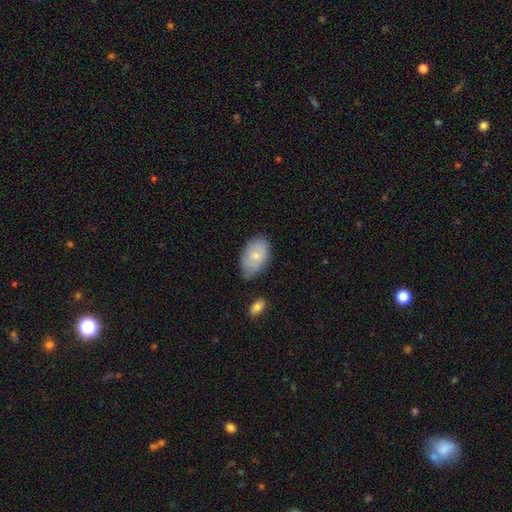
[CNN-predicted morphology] Q: Smooth or featured?
A: smooth (75%); runner-up: featured or disk (19%)
Q: How rounded?
A: in between (91%); runner-up: round (8%)
Q: Merging?
A: none (66%); runner-up: minor disturbance (25%)